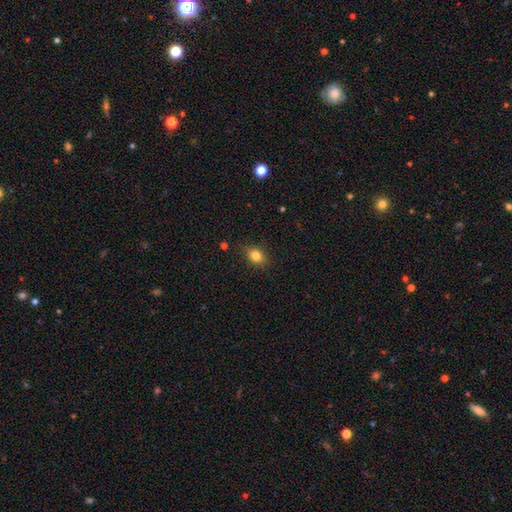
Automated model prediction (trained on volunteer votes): Q: Smooth or featured?
A: smooth (82%); runner-up: star or artifact (11%)
Q: How rounded?
A: in between (55%); runner-up: round (44%)
Q: Merging?
A: none (83%); runner-up: minor disturbance (13%)